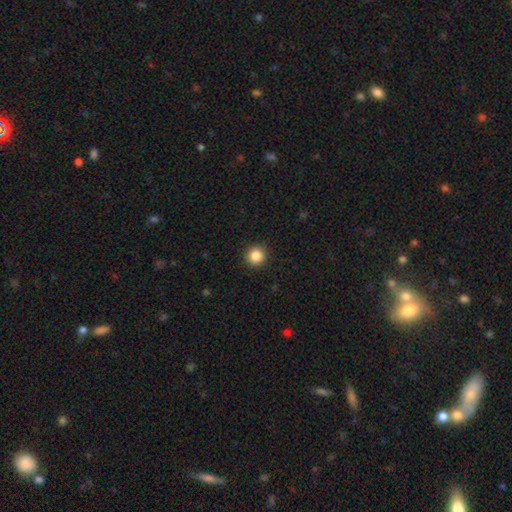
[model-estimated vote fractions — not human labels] This is clearly a smooth galaxy (86%). How rounded: clearly round (95%). Merging: clearly none (92%).